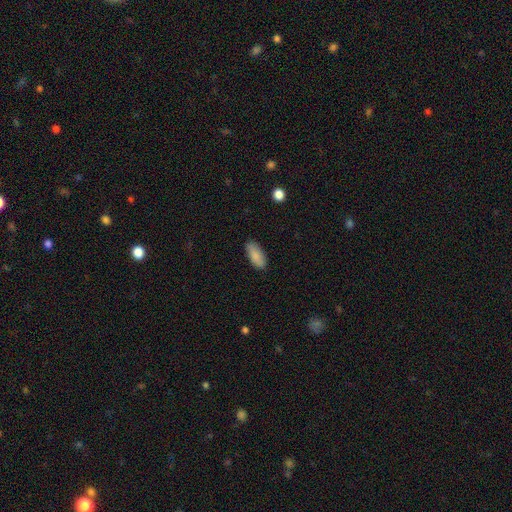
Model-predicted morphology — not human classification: Smooth or featured: smooth — 86% (featured or disk — 8%)
How rounded: in between — 85% (cigar-shaped — 13%)
Merging: none — 83% (minor disturbance — 13%)